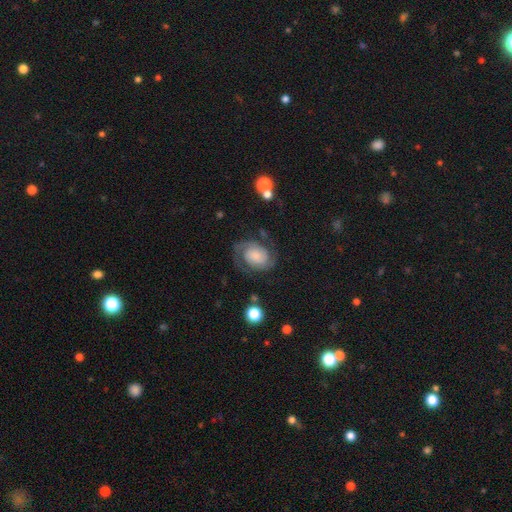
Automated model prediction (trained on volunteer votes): featured or disk 80%, smooth 13%, star or artifact 7%. Down the decision tree: edge-on disk — no (98%); bar — no (67%); spiral arms — yes (96%); spiral arm count — 2 (87%); spiral winding — tight (49%); bulge size — small (30%); merging — none (71%).